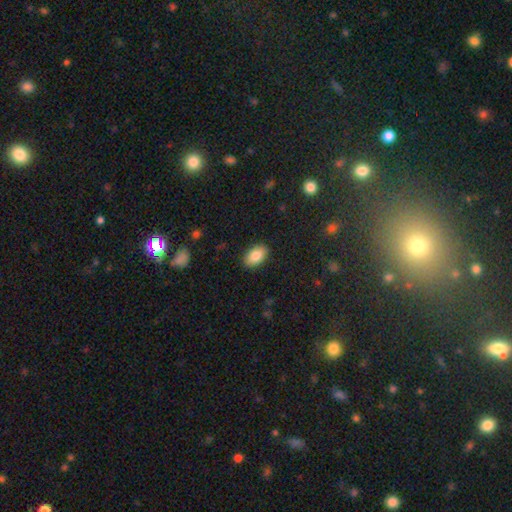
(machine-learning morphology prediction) A smooth galaxy with no disk features (85%) that is in between round and cigar-shaped (92%).

Vote fractions:
- Smooth or featured? smooth: 85% / featured or disk: 8% / star or artifact: 7%
- How rounded? in between: 92% / round: 6% / cigar-shaped: 2%
- Merging? none: 88% / minor disturbance: 9% / major disturbance: 2% / merger: 1%